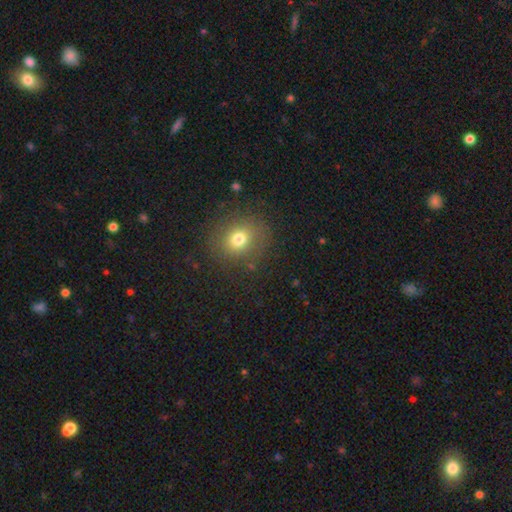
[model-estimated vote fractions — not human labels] A smooth galaxy with no disk features (67%) that is round (86%). Merging: none (90%).